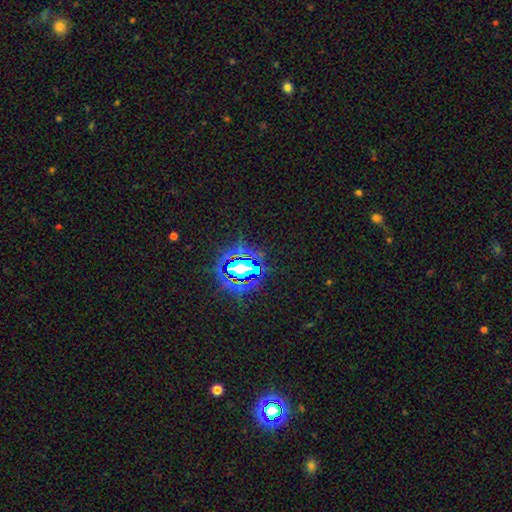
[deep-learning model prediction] A star or artifact, not a galaxy (82%).